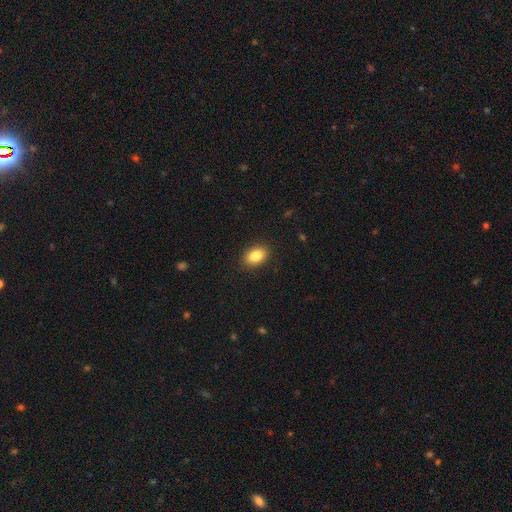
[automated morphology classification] Overall: smooth (85%). How rounded: in between (85%). Merging: none (89%).